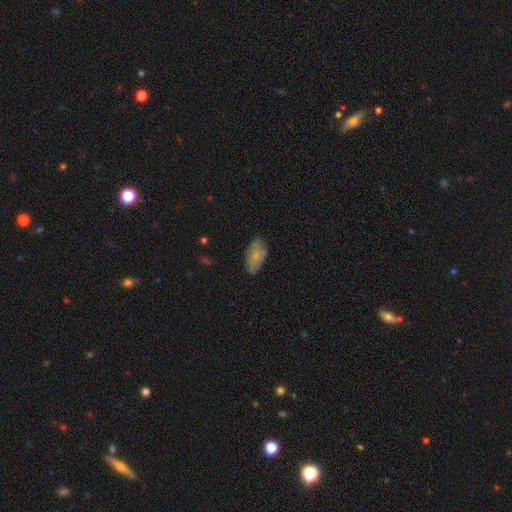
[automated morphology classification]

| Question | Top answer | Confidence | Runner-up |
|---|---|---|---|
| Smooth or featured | smooth | 68% | featured or disk (25%) |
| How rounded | in between | 91% | cigar-shaped (6%) |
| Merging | none | 72% | minor disturbance (21%) |